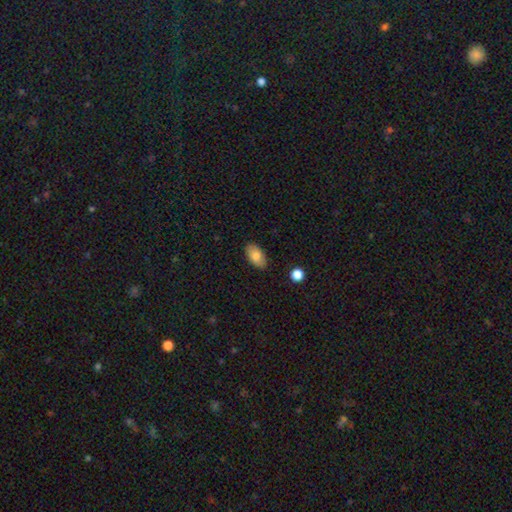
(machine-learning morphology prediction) Smooth or featured? Predicted: smooth (p=0.81). How rounded? Predicted: in between (p=0.93). Merging? Predicted: none (p=0.86).